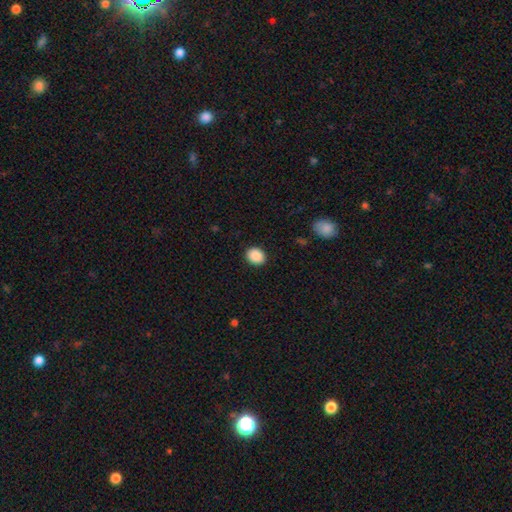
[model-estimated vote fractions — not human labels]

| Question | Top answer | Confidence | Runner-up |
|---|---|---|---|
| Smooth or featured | smooth | 90% | star or artifact (8%) |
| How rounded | round | 56% | in between (43%) |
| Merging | none | 90% | minor disturbance (7%) |